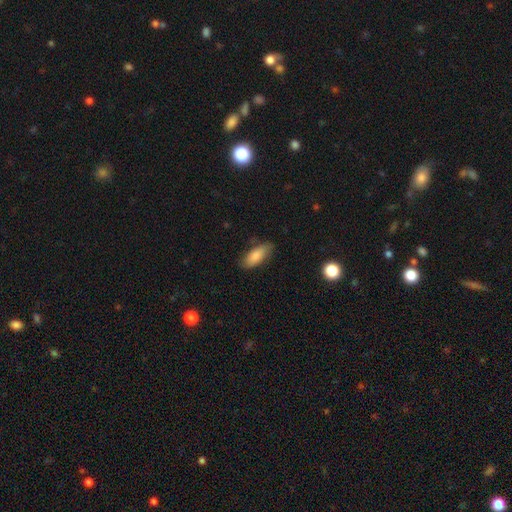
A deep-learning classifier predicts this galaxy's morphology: type=smooth (84%); roundness=in between (82%); merging=none (77%).